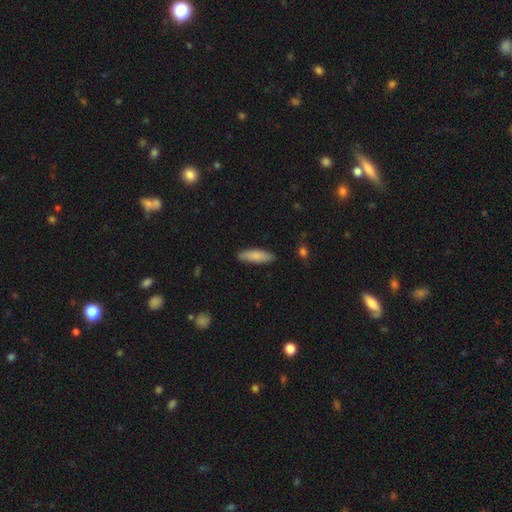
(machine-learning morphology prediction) A smooth galaxy with no disk features (82%) that is cigar-shaped (54%).

Vote fractions:
- Smooth or featured? smooth: 82% / featured or disk: 12% / star or artifact: 6%
- How rounded? cigar-shaped: 54% / in between: 44% / round: 2%
- Merging? none: 85% / minor disturbance: 11% / major disturbance: 2% / merger: 1%